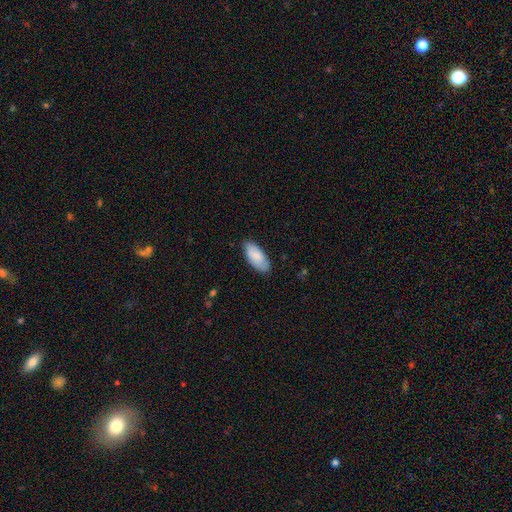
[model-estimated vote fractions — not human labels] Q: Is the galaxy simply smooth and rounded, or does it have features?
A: smooth — 83%.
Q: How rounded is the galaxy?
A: in between — 90%.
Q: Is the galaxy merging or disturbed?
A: none — 80%.